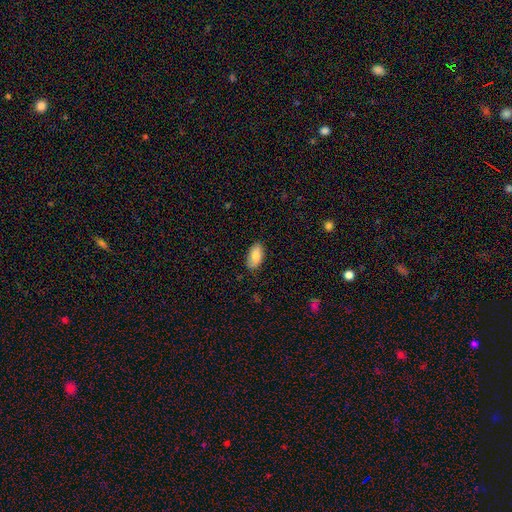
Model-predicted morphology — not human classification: Smooth or featured?
  - smooth: 82% *
  - featured or disk: 11%
  - star or artifact: 6%
How rounded?
  - in between: 93% *
  - cigar-shaped: 5%
  - round: 3%
Merging?
  - none: 83% *
  - minor disturbance: 14%
  - major disturbance: 2%
  - merger: 1%